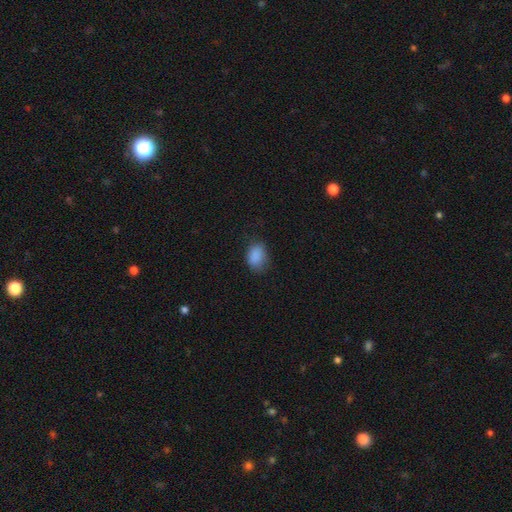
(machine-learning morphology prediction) smooth_or_featured: smooth (p=0.87) [alt: star or artifact p=0.09]
how_rounded: in between (p=0.79) [alt: round p=0.20]
merging: none (p=0.71) [alt: minor disturbance p=0.22]